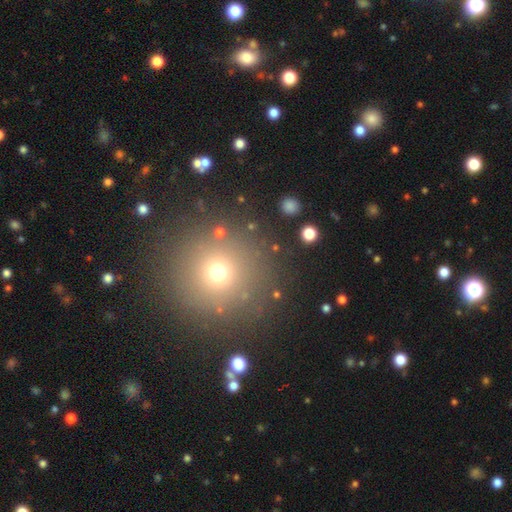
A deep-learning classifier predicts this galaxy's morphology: Smooth or featured: smooth — 65% (star or artifact — 26%)
How rounded: round — 95% (in between — 4%)
Merging: none — 88% (minor disturbance — 6%)